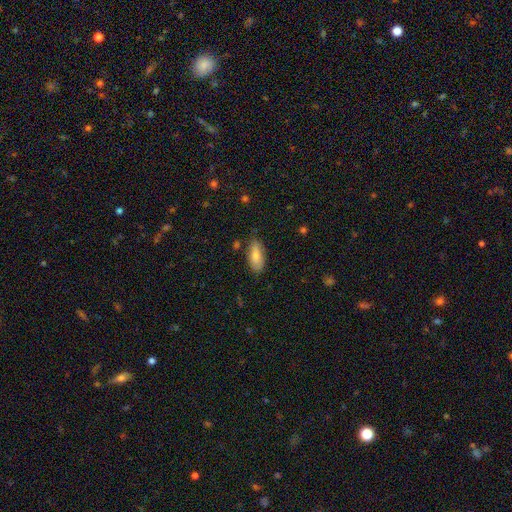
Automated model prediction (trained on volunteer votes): A smooth galaxy with no disk features (75%) that is in between round and cigar-shaped (83%). Merging: none (80%).